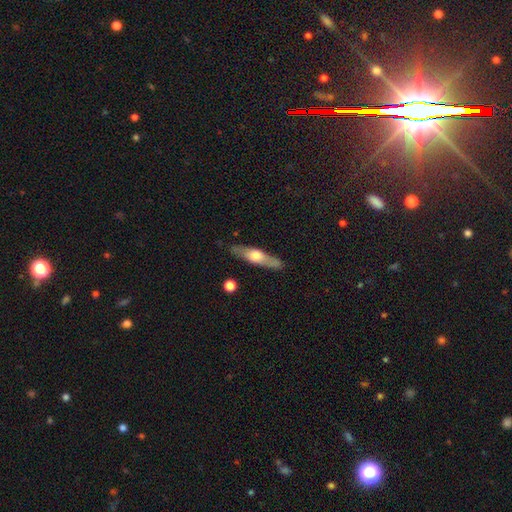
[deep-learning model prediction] Smooth or featured? Predicted: featured or disk (p=0.53). Edge-on disk? Predicted: yes (p=0.85). Merging? Predicted: none (p=0.85).